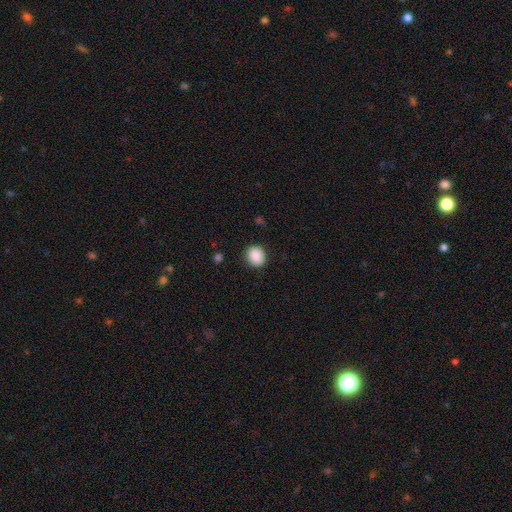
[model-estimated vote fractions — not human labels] Overall: smooth (89%). How rounded: round (70%). Merging: none (87%).